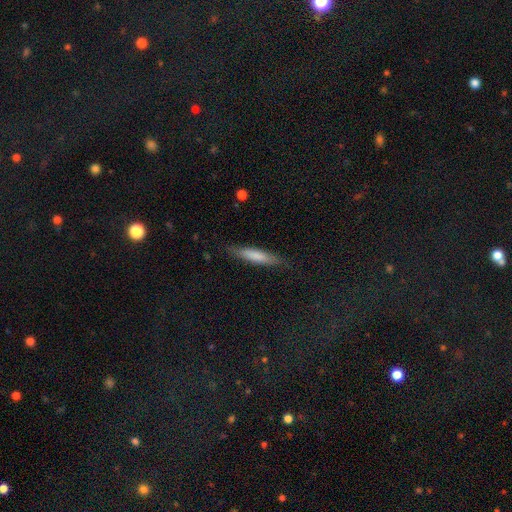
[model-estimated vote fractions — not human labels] Overall: smooth (76%). How rounded: cigar-shaped (86%). Merging: none (84%).